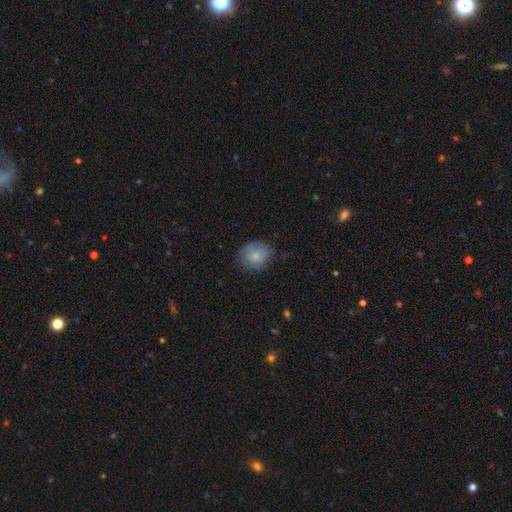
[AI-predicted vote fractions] Overall: smooth (73%). How rounded: round (60%; in between 39%). Merging: none (71%).